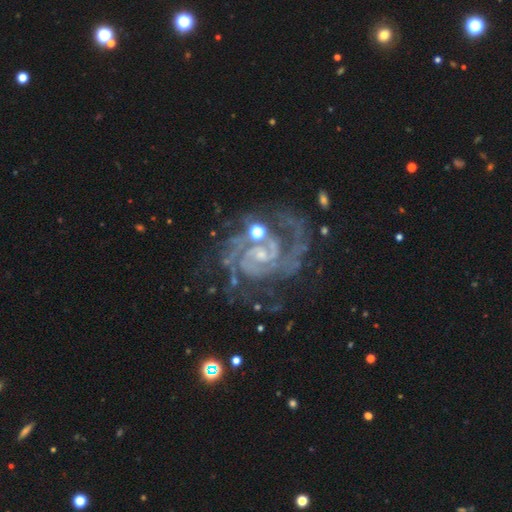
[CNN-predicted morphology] A featured or disk galaxy (90%) with no bar (49%), 2 (50%) tight (56%) spiral arms (98%) and a small central bulge (63%). Merging: none (59%).